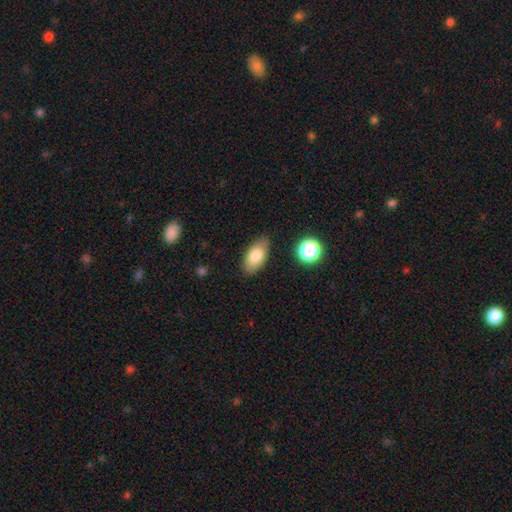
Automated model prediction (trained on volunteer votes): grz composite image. It shows a smooth galaxy with no disk features (81%) that is in between round and cigar-shaped (91%). Merging: none (80%).